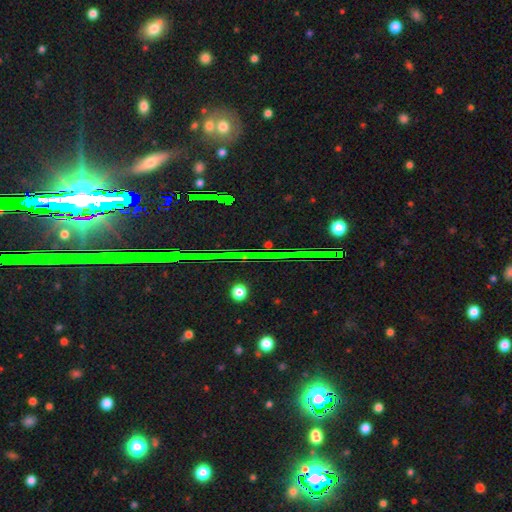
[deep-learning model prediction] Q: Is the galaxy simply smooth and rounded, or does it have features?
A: star or artifact — 82%.